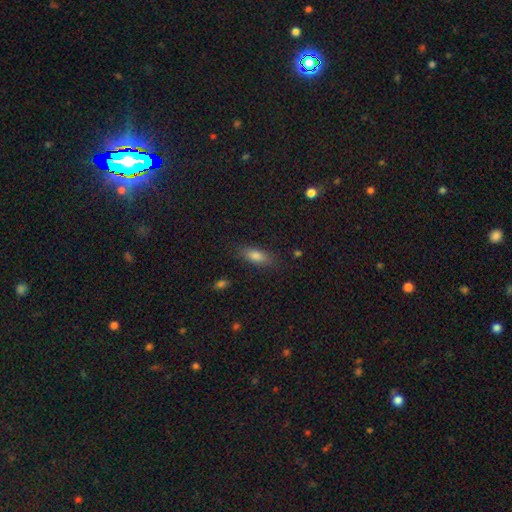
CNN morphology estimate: A smooth galaxy with no disk features (79%) that is in between round and cigar-shaped (75%).

Vote fractions:
- Smooth or featured? smooth: 79% / featured or disk: 11% / star or artifact: 10%
- How rounded? in between: 75% / cigar-shaped: 21% / round: 4%
- Merging? none: 82% / minor disturbance: 13% / major disturbance: 3% / merger: 1%